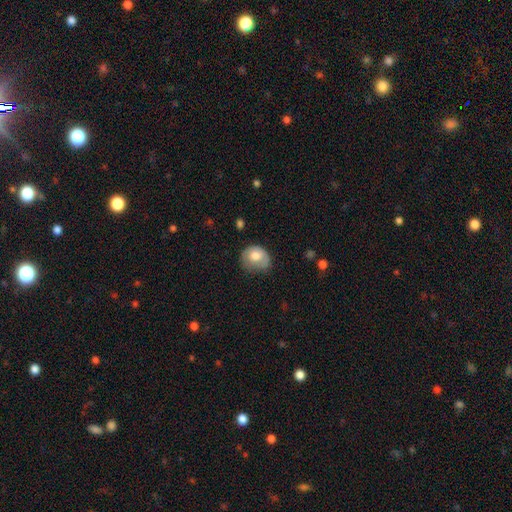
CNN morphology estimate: Overall: smooth (71%). How rounded: round (62%; in between 37%). Merging: none (43%; minor disturbance 37%).